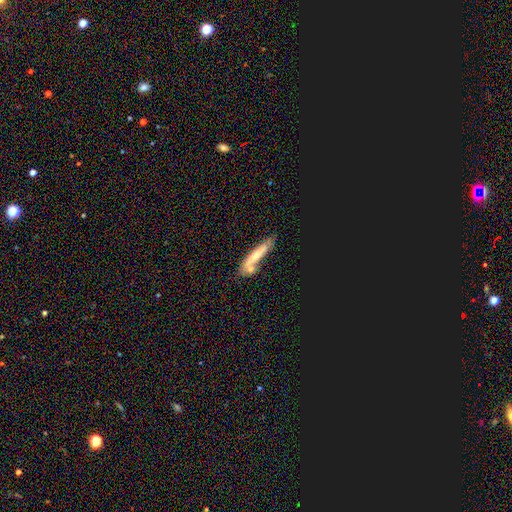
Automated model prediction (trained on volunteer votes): smooth_or_featured: smooth (p=0.50) [alt: featured or disk p=0.42]
merging: none (p=0.55) [alt: merger p=0.22]